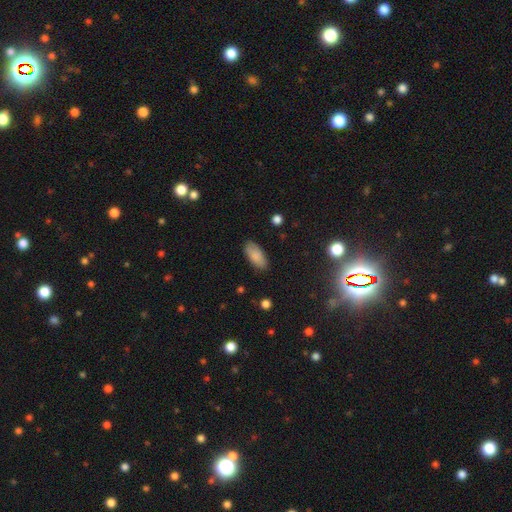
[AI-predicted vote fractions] This is clearly a smooth galaxy (86%). How rounded: clearly in between (90%). Merging: clearly none (86%).